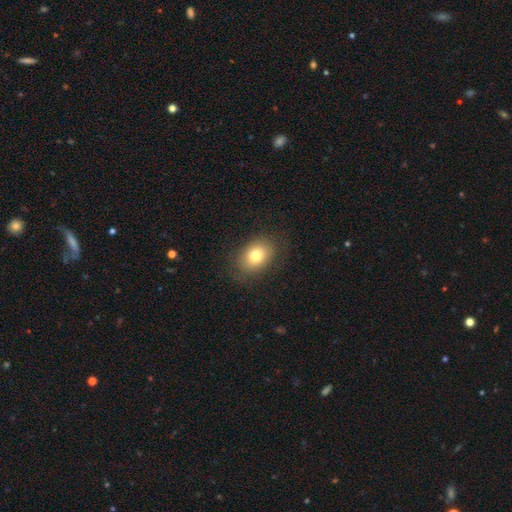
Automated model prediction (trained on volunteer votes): smooth 77%, featured or disk 13%, star or artifact 10%. Down the decision tree: how rounded — in between (71%); merging — none (83%).